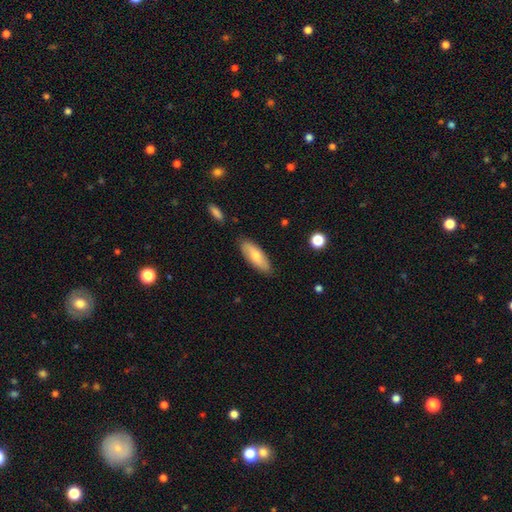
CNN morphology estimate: Smooth or featured: smooth — 71% (featured or disk — 23%)
How rounded: in between — 72% (cigar-shaped — 26%)
Merging: none — 82% (minor disturbance — 14%)